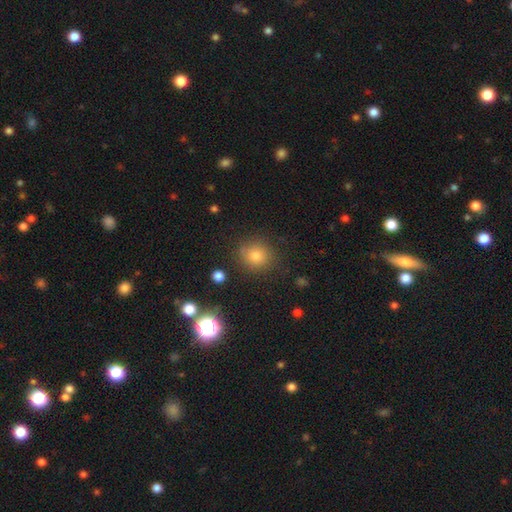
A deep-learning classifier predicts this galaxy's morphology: Smooth or featured?
  - smooth: 74% *
  - star or artifact: 18%
  - featured or disk: 8%
How rounded?
  - round: 88% *
  - in between: 11%
  - cigar-shaped: 1%
Merging?
  - none: 86% *
  - minor disturbance: 9%
  - major disturbance: 3%
  - merger: 2%